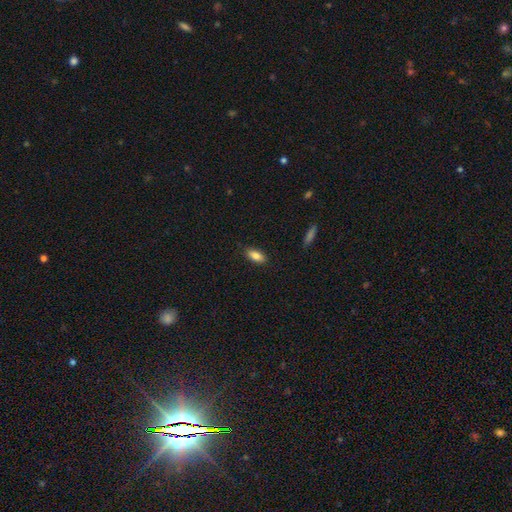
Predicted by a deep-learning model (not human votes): smooth_or_featured: smooth (p=0.84) [alt: featured or disk p=0.08]
how_rounded: in between (p=0.86) [alt: cigar-shaped p=0.11]
merging: none (p=0.87) [alt: minor disturbance p=0.10]